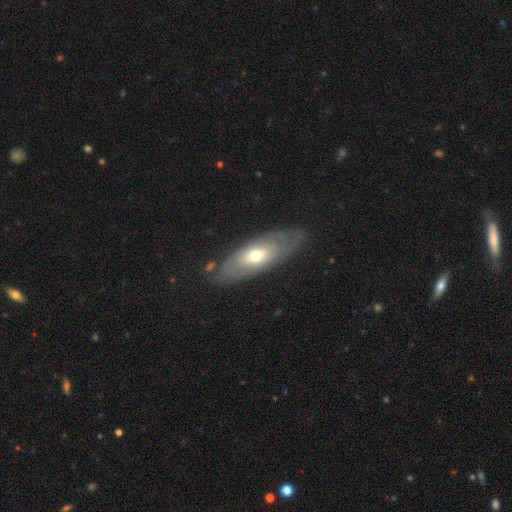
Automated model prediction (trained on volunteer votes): The model was most divided on "smooth or featured": featured or disk: 55%, smooth: 39%, star or artifact: 6%. More confident: edge-on disk — no (79%); merging — none (74%).